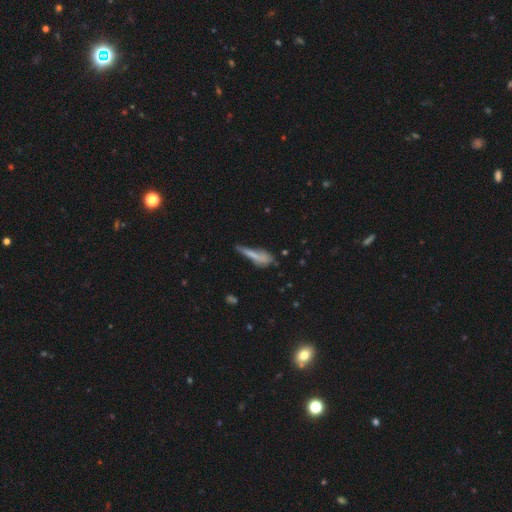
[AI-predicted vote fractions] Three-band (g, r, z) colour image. It shows a smooth galaxy with no disk features (63%) that is cigar-shaped (79%). Merging: none (37%).